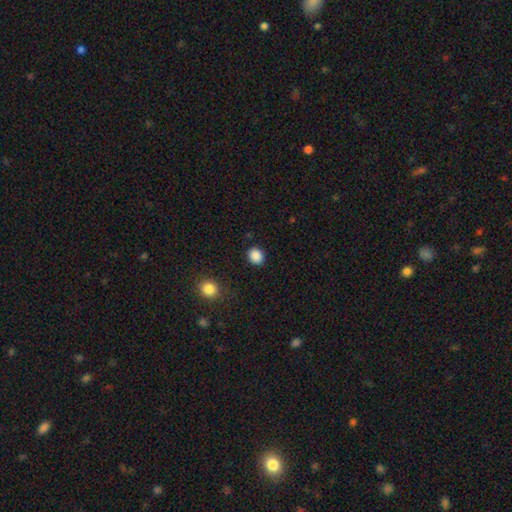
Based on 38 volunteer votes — smooth-or-featured: smooth: 89% | featured or disk: 5% | star or artifact: 5%
  how-rounded: round: 59% | in between: 41% | cigar-shaped: 0%
  merging: none: 94% | minor disturbance: 3% | major disturbance: 3% | merger: 0%